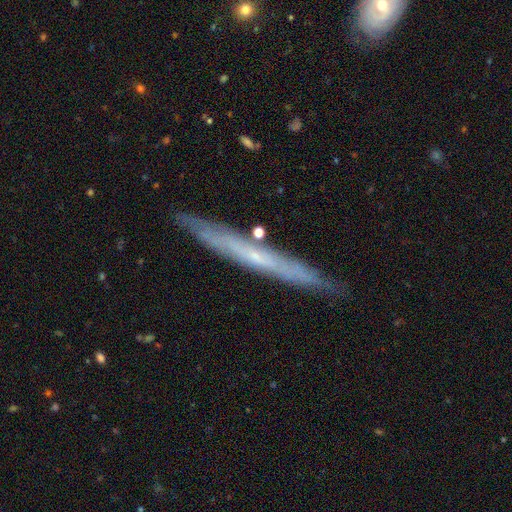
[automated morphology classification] smooth_or_featured: featured or disk (p=0.62) [alt: smooth p=0.31]
disk_edge_on: yes (p=0.91) [alt: no p=0.09]
edge_on_bulge: none (p=0.74) [alt: rounded p=0.23]
merging: none (p=0.87) [alt: minor disturbance p=0.10]